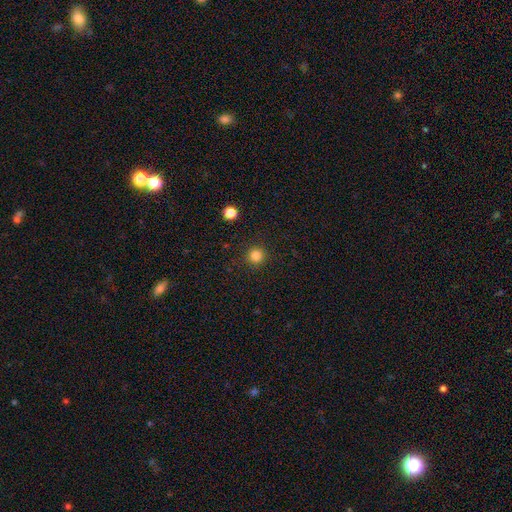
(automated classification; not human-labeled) smooth-or-featured: smooth: 83% | star or artifact: 13% | featured or disk: 4%
  how-rounded: round: 95% | in between: 4% | cigar-shaped: 1%
  merging: none: 91% | minor disturbance: 5% | major disturbance: 2% | merger: 1%